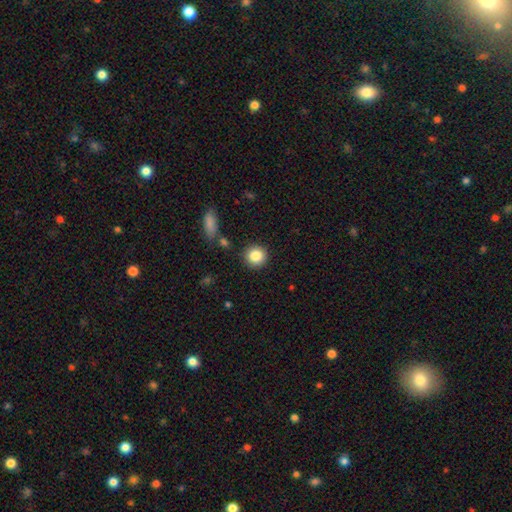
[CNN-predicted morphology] type=smooth (85%); roundness=round (91%); merging=none (88%).